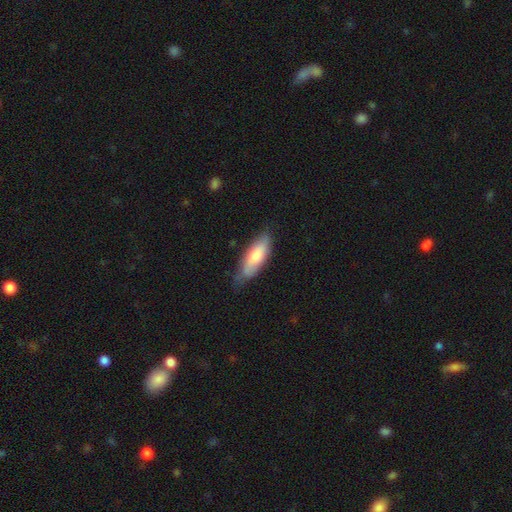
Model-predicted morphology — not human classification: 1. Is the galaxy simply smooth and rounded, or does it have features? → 71% smooth, 24% featured or disk, 6% star or artifact.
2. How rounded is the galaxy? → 62% in between, 36% cigar-shaped, 2% round.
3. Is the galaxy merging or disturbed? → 68% none, 26% minor disturbance, 4% major disturbance, 1% merger.